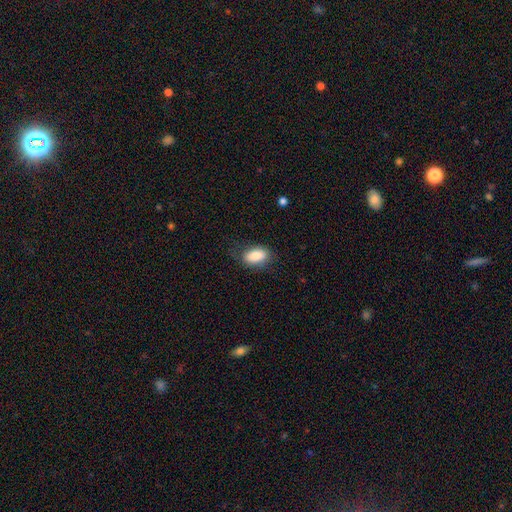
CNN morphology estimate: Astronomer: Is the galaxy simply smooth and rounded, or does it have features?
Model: smooth — 84%.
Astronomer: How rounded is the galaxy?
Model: in between — 90%.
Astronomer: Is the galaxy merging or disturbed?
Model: none — 74%.